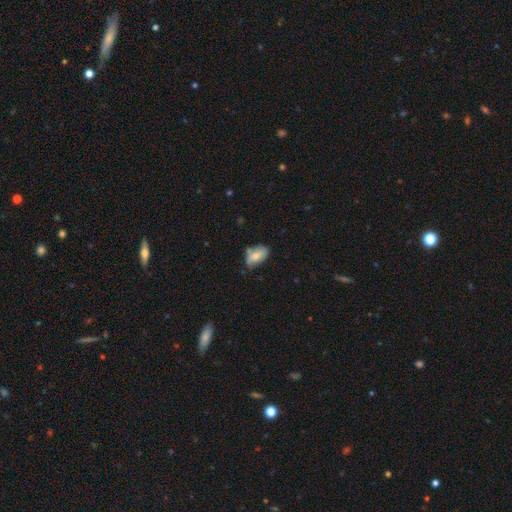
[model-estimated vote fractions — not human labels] This appears to be a smooth galaxy with no disk features (70%) that is in between round and cigar-shaped (91%). Merging: none (52%).